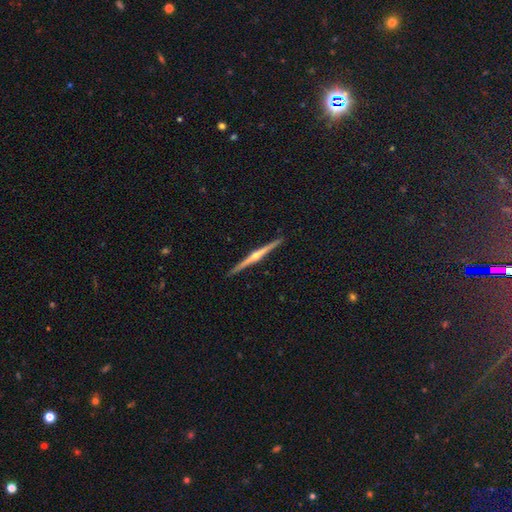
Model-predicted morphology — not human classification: A featured or disk galaxy (83%) viewed edge-on (99%) with a rounded central bulge (91%). Merging: none (93%).